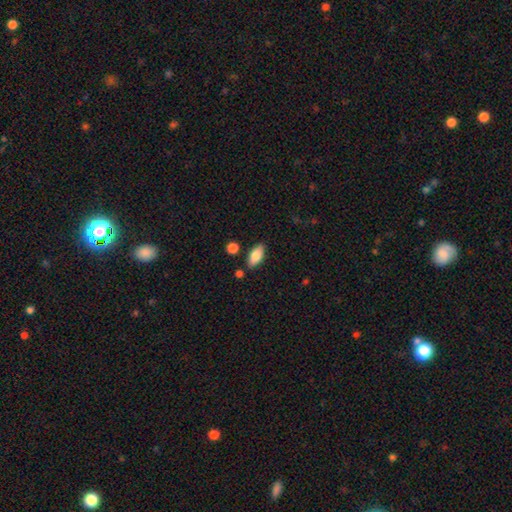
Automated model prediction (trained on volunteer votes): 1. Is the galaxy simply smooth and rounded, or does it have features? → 83% smooth, 11% featured or disk, 7% star or artifact.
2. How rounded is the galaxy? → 88% in between, 10% cigar-shaped, 3% round.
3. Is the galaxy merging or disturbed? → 83% none, 10% minor disturbance, 4% merger, 2% major disturbance.